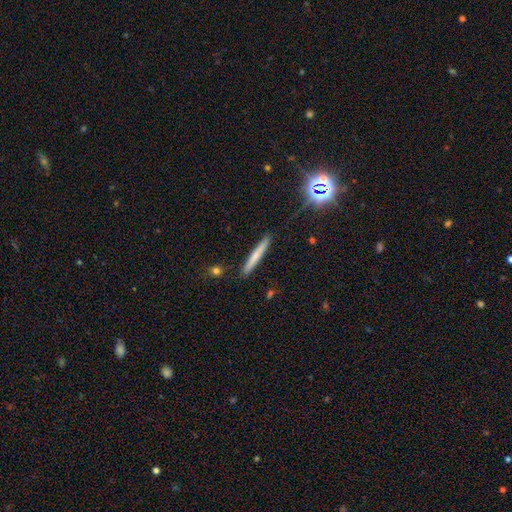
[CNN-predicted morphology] A smooth galaxy with no disk features (66%) that is cigar-shaped (96%).

Vote fractions:
- Smooth or featured? smooth: 66% / featured or disk: 26% / star or artifact: 8%
- How rounded? cigar-shaped: 96% / in between: 3% / round: 1%
- Merging? none: 90% / minor disturbance: 7% / major disturbance: 1% / merger: 1%